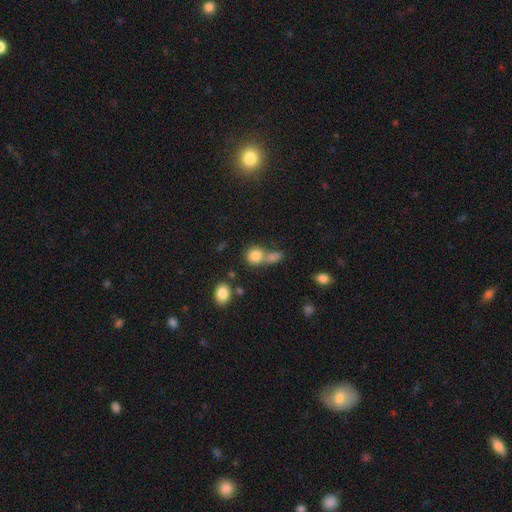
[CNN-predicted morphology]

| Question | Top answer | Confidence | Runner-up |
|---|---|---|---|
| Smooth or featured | smooth | 81% | star or artifact (11%) |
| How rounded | round | 78% | in between (20%) |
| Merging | none | 46% | merger (40%) |